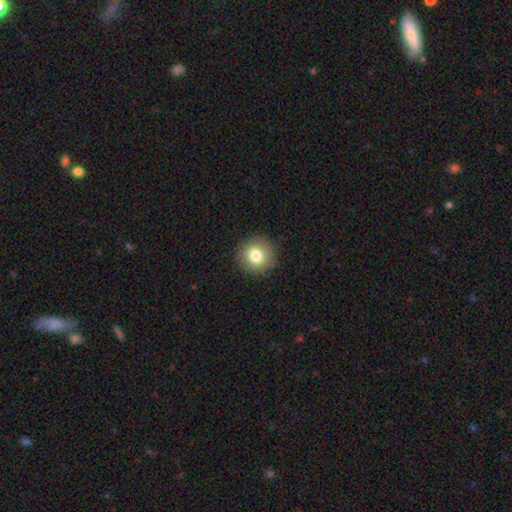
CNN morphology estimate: The model was most divided on "smooth or featured": smooth: 79%, featured or disk: 11%, star or artifact: 10%. More confident: how rounded — round (91%); merging — none (91%).